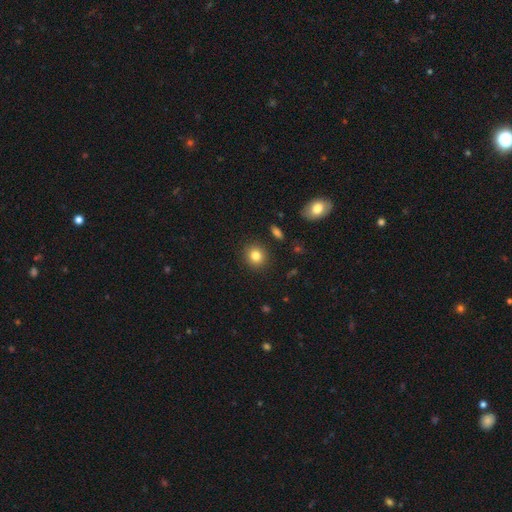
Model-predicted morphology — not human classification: Smooth or featured? Predicted: smooth (p=0.82). How rounded? Predicted: round (p=0.84). Merging? Predicted: none (p=0.90).